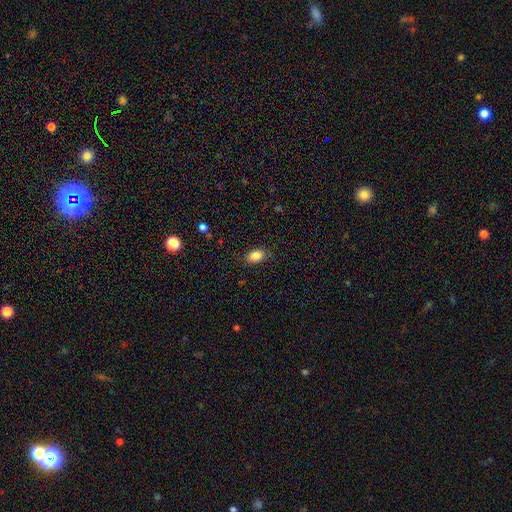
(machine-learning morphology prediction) Smooth or featured? smooth (86%)
How rounded? in between (85%)
Merging? none (83%)